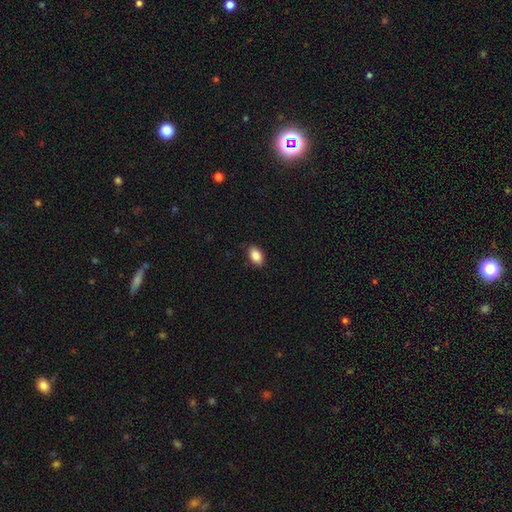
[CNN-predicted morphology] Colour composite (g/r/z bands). It shows a smooth galaxy with no disk features (88%) that is in between round and cigar-shaped (91%). Merging: none (87%).